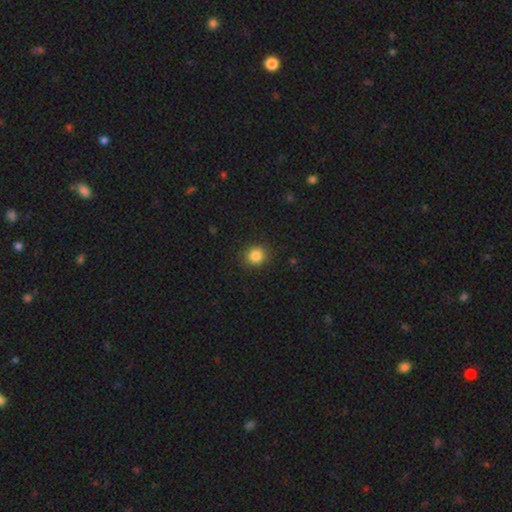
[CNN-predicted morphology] smooth-or-featured: smooth: 85% | star or artifact: 10% | featured or disk: 4%
  how-rounded: round: 84% | in between: 15% | cigar-shaped: 1%
  merging: none: 90% | minor disturbance: 7% | major disturbance: 2% | merger: 1%